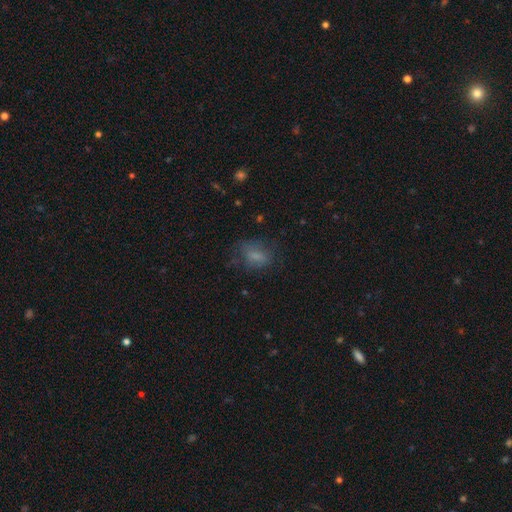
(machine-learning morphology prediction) smooth 68%, featured or disk 18%, star or artifact 14%. Down the decision tree: how rounded — in between (77%); merging — none (57%).